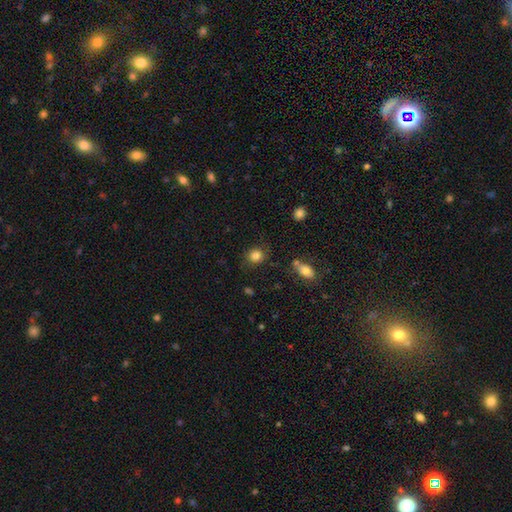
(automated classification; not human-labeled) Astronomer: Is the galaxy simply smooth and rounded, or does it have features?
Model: smooth — 84%.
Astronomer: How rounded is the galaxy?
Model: round — 80%.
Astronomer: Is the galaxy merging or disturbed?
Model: none — 81%.